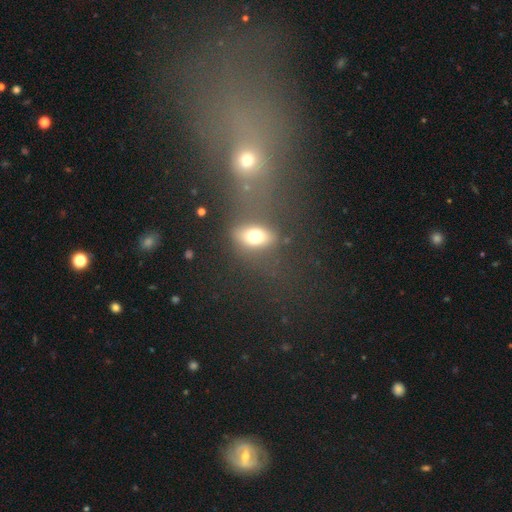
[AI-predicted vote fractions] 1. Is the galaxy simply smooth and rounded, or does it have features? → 41% smooth, 38% star or artifact, 21% featured or disk.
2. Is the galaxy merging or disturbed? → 67% merger, 18% none, 9% major disturbance, 6% minor disturbance.